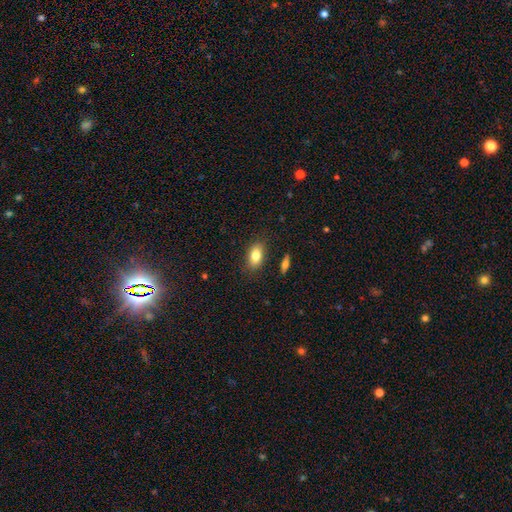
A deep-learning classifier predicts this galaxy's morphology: smooth-or-featured: smooth: 82% | featured or disk: 11% | star or artifact: 8%
  how-rounded: in between: 87% | round: 7% | cigar-shaped: 5%
  merging: none: 84% | minor disturbance: 11% | major disturbance: 3% | merger: 2%